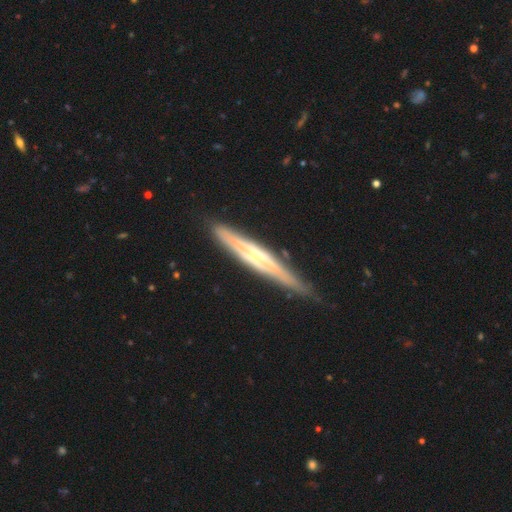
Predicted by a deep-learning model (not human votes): The model was most divided on "edge-on bulge": rounded: 49%, none: 36%, boxy: 15%. More confident: edge-on disk — yes (92%); merging — none (82%); smooth or featured — featured or disk (75%).